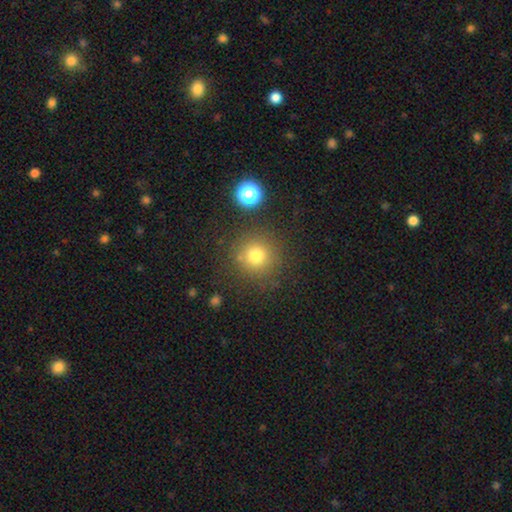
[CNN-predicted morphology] The model was most divided on "smooth or featured": smooth: 76%, star or artifact: 16%, featured or disk: 8%. More confident: how rounded — round (93%); merging — none (84%).